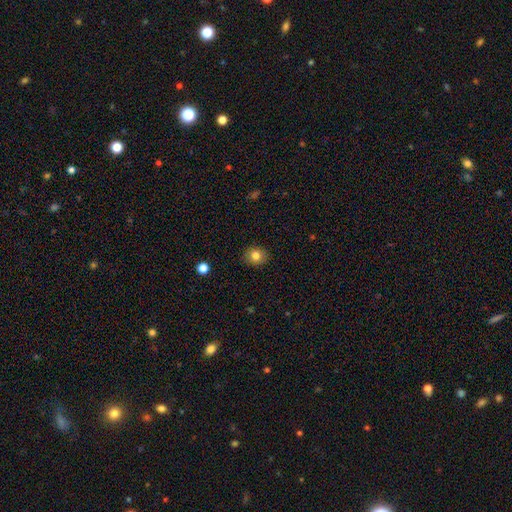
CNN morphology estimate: smooth 81%, star or artifact 11%, featured or disk 8%. Down the decision tree: how rounded — round (69%); merging — none (89%).